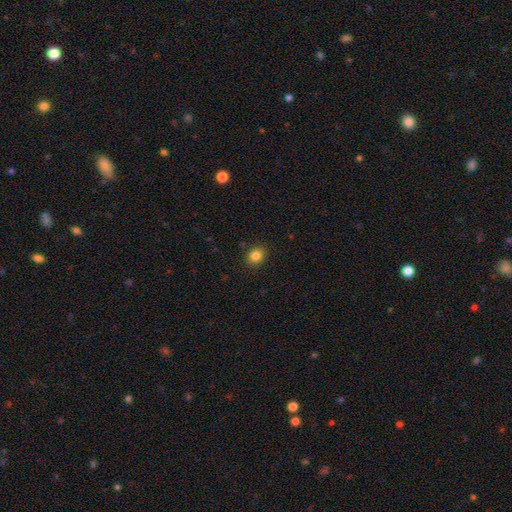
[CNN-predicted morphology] This appears to be a smooth galaxy with no disk features (84%) that is round (53%). Merging: none (88%).